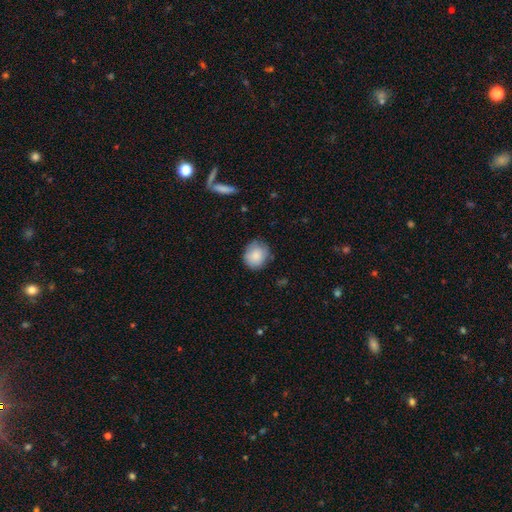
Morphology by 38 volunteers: Overall: smooth (89%). How rounded: round (82%). Merging: none (62%; minor disturbance 30%).